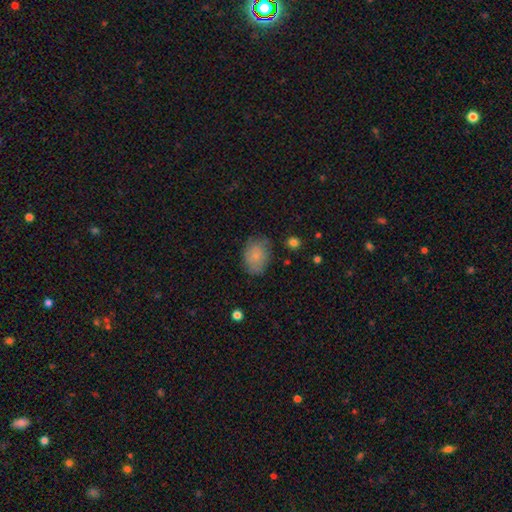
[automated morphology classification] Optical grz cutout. It shows a smooth galaxy with no disk features (78%) that is in between round and cigar-shaped (72%). Merging: none (71%).